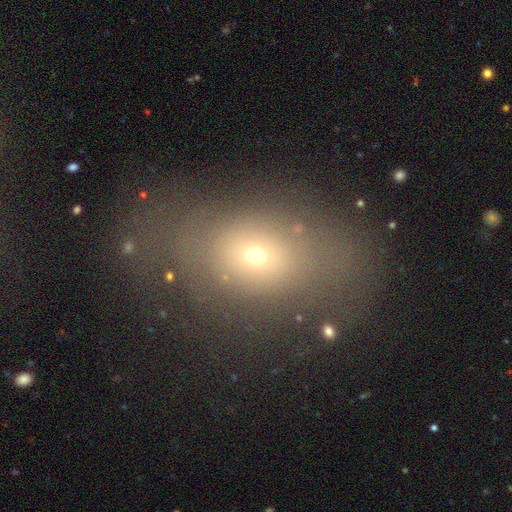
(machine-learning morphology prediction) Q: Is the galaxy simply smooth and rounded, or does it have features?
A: smooth — 60%.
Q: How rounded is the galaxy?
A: in between — 66%.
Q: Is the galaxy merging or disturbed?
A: none — 65%.